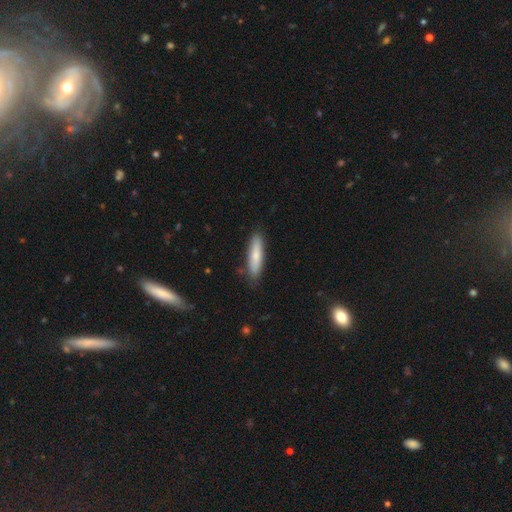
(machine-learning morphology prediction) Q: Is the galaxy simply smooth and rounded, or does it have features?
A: smooth — 74%.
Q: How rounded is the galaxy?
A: cigar-shaped — 76%.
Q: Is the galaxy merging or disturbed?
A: none — 85%.